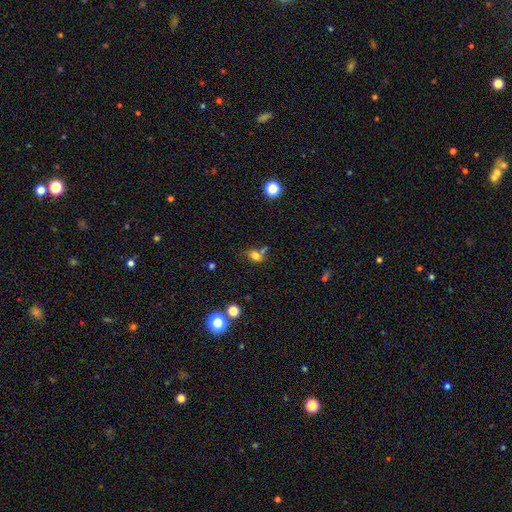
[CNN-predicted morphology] Smooth or featured: smooth — 75% (star or artifact — 15%)
How rounded: in between — 56% (round — 41%)
Merging: none — 48% (merger — 26%)